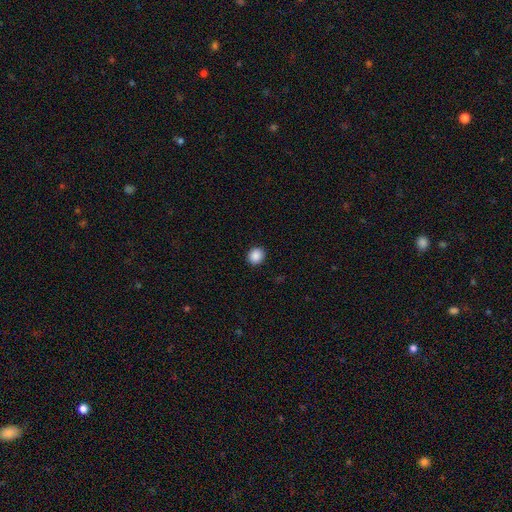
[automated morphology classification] Smooth or featured?
  - smooth: 89% *
  - star or artifact: 9%
  - featured or disk: 3%
How rounded?
  - round: 75% *
  - in between: 24%
  - cigar-shaped: 1%
Merging?
  - none: 92% *
  - minor disturbance: 5%
  - major disturbance: 2%
  - merger: 1%